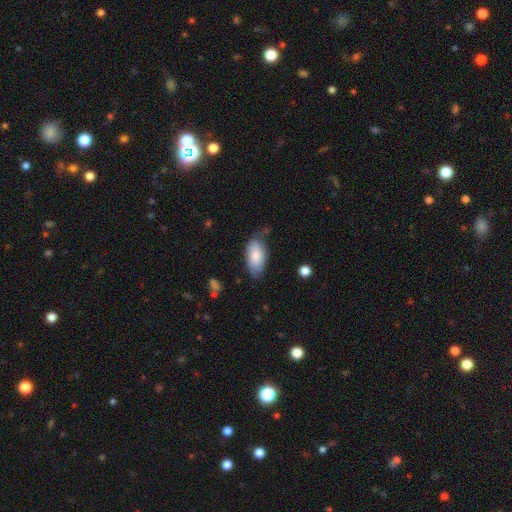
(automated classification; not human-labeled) Smooth or featured? smooth (78%)
How rounded? in between (94%)
Merging? none (53%)